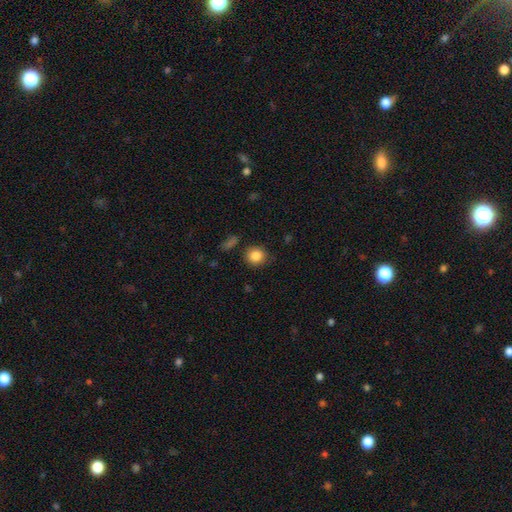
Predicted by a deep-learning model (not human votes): smooth_or_featured: smooth (p=0.85) [alt: star or artifact p=0.09]
how_rounded: round (p=0.84) [alt: in between p=0.15]
merging: none (p=0.82) [alt: minor disturbance p=0.12]